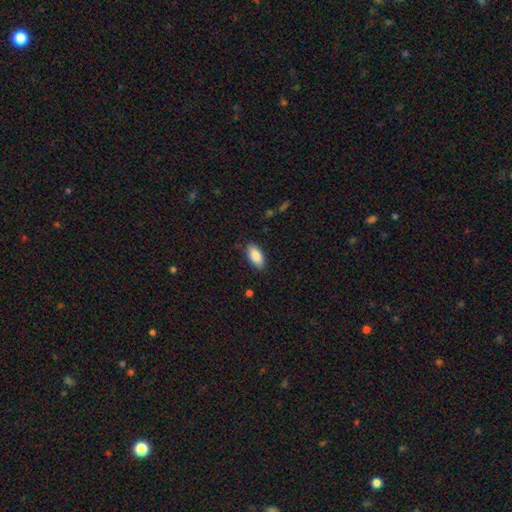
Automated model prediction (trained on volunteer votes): This is clearly a smooth galaxy (86%). How rounded: clearly in between (91%). Merging: clearly none (83%).